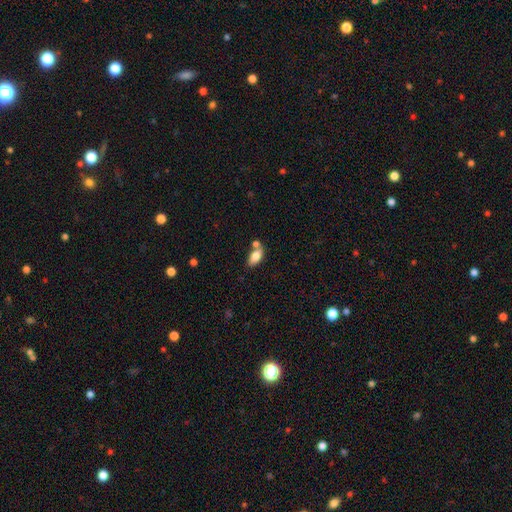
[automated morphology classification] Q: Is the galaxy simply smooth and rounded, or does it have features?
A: smooth — 78%.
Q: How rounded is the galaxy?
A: in between — 90%.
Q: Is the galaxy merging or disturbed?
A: none — 57%.